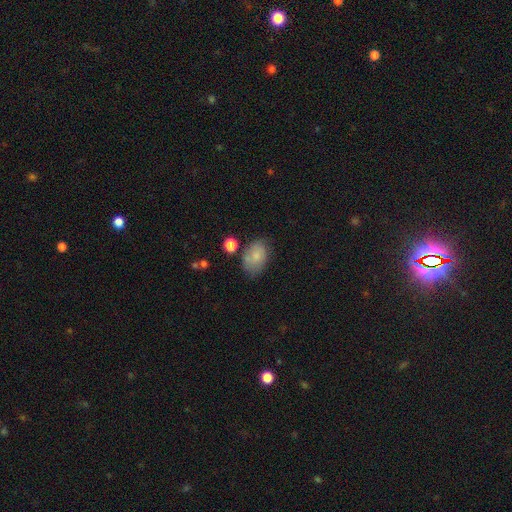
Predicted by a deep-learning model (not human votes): Smooth or featured? Predicted: smooth (p=0.78). How rounded? Predicted: in between (p=0.85). Merging? Predicted: none (p=0.62).